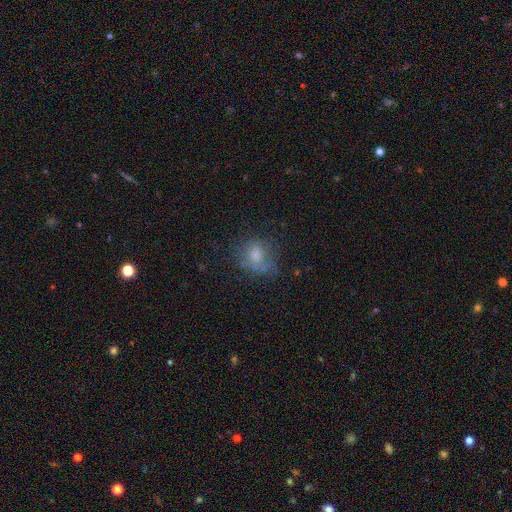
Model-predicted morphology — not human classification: This appears to be a smooth galaxy with no disk features (64%) that is round (55%). Merging: none (52%).